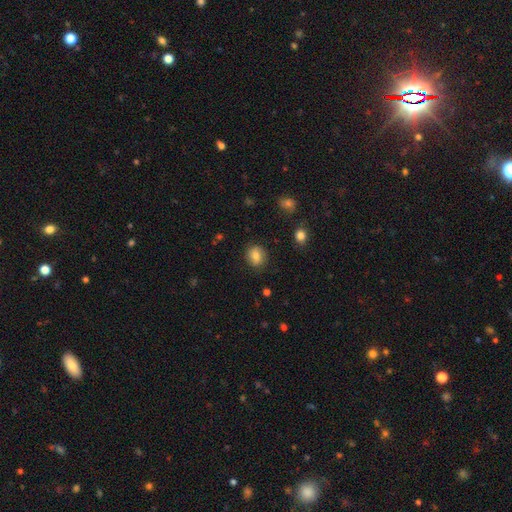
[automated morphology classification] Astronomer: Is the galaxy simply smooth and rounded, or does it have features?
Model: smooth — 80%.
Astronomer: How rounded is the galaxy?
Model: round — 71%.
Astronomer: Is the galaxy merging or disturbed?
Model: none — 86%.